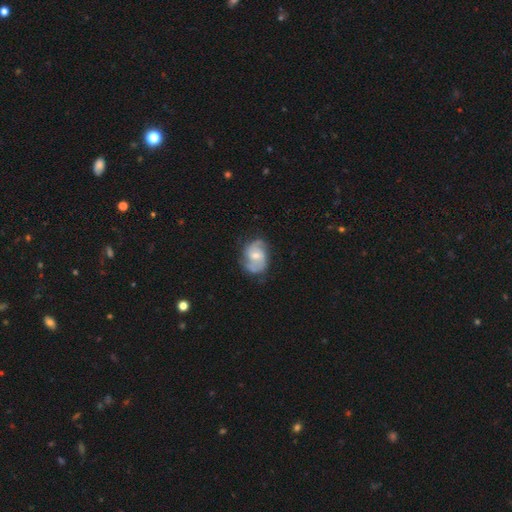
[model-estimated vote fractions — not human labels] smooth_or_featured: featured or disk (p=0.70) [alt: smooth p=0.24]
disk_edge_on: no (p=0.97) [alt: yes p=0.03]
bar: no (p=0.46) [alt: weak p=0.45]
has_spiral_arms: yes (p=0.89) [alt: no p=0.11]
spiral_winding: medium (p=0.48) [alt: loose p=0.27]
spiral_arm_count: 2 (p=0.74) [alt: can't tell p=0.13]
bulge_size: moderate (p=0.53) [alt: small p=0.40]
merging: none (p=0.62) [alt: minor disturbance p=0.25]